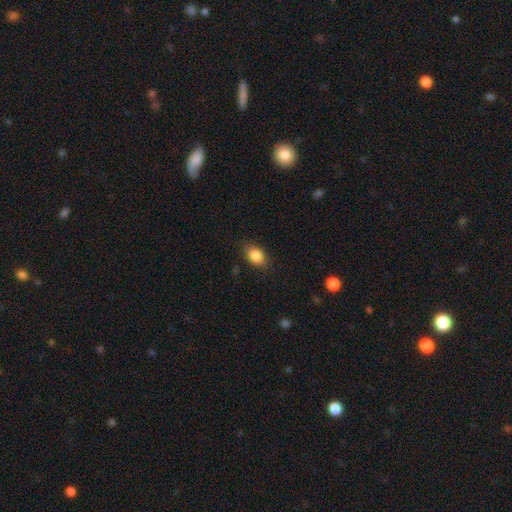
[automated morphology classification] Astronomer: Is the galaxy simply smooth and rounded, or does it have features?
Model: smooth — 86%.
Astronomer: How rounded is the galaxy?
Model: in between — 76%.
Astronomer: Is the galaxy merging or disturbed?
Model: none — 82%.